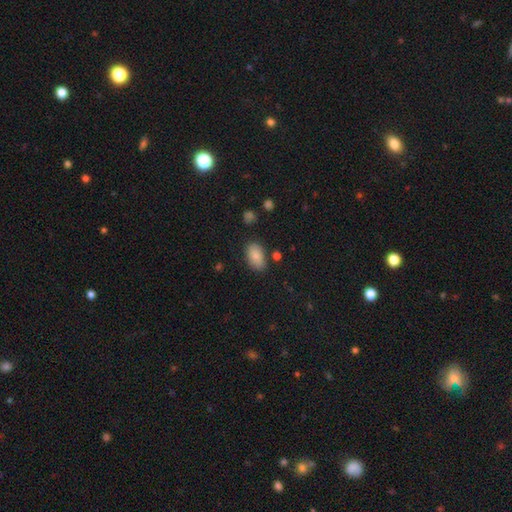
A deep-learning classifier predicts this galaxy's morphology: A smooth galaxy with no disk features (85%) that is in between round and cigar-shaped (92%).

Vote fractions:
- Smooth or featured? smooth: 85% / featured or disk: 8% / star or artifact: 8%
- How rounded? in between: 92% / round: 6% / cigar-shaped: 2%
- Merging? none: 79% / minor disturbance: 14% / major disturbance: 3% / merger: 3%